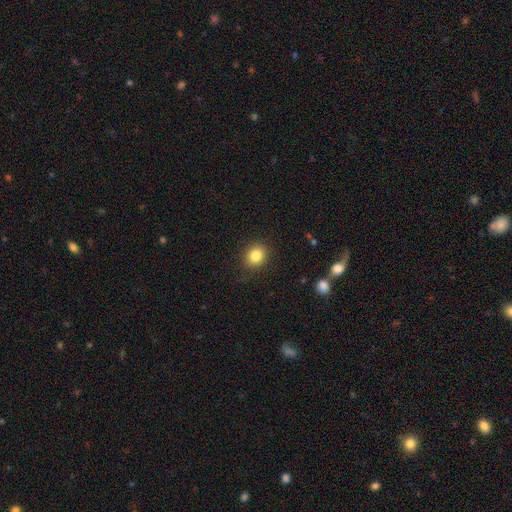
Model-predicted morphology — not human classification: smooth-or-featured: smooth: 83% | star or artifact: 10% | featured or disk: 6%
  how-rounded: round: 72% | in between: 27% | cigar-shaped: 1%
  merging: none: 88% | minor disturbance: 9% | major disturbance: 3% | merger: 1%